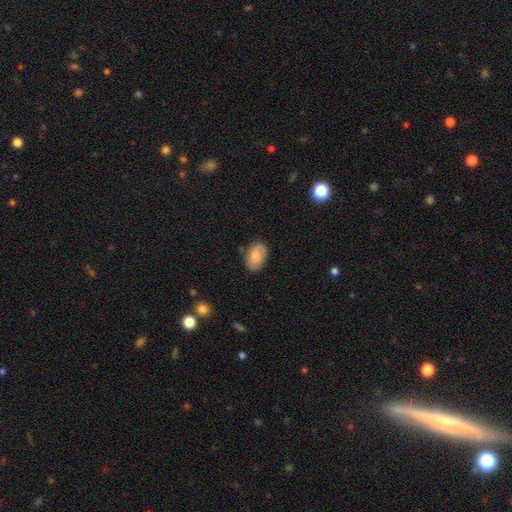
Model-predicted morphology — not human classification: smooth_or_featured: smooth (p=0.62) [alt: featured or disk p=0.31]
how_rounded: in between (p=0.85) [alt: round p=0.14]
merging: none (p=0.74) [alt: minor disturbance p=0.20]